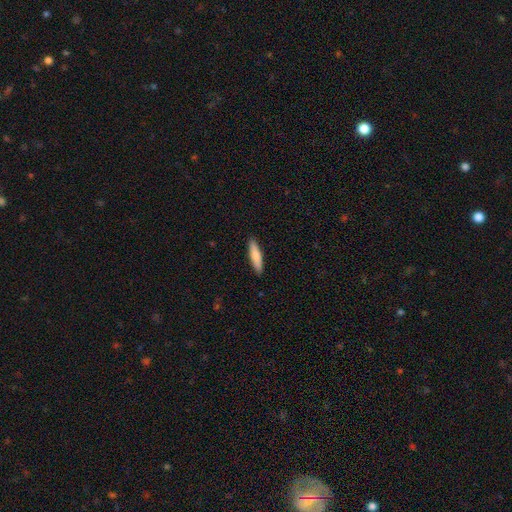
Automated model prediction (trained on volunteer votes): smooth 79%, featured or disk 15%, star or artifact 5%. Down the decision tree: how rounded — cigar-shaped (78%); merging — none (90%).